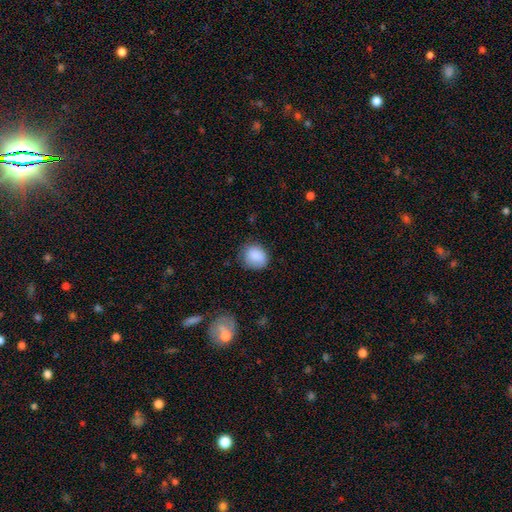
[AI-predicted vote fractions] Smooth or featured? smooth (85%)
How rounded? round (71%)
Merging? none (70%)